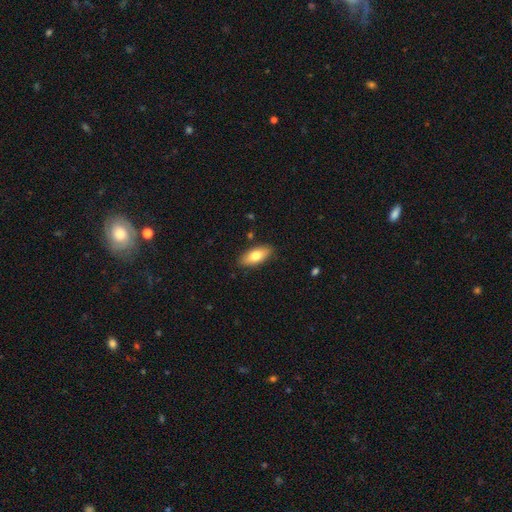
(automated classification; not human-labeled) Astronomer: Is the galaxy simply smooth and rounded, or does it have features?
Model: smooth — 75%.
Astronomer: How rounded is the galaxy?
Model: in between — 86%.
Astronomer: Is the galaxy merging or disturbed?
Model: none — 87%.